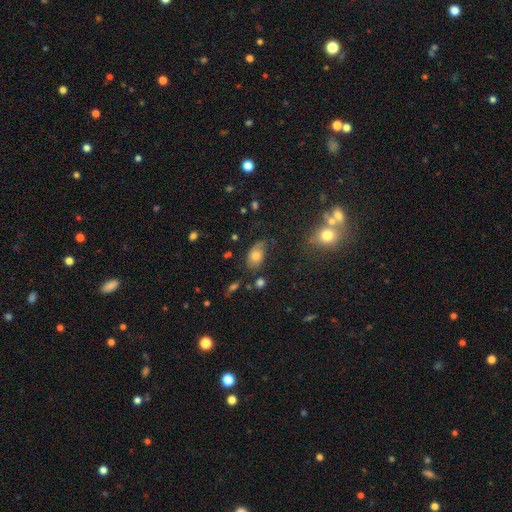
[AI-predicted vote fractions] This appears to be a smooth galaxy with no disk features (66%) that is in between round and cigar-shaped (86%). Merging: none (51%).